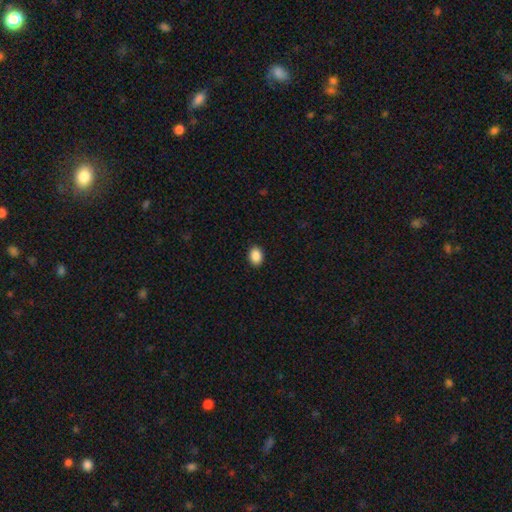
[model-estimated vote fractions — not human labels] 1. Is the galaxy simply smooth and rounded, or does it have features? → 89% smooth, 8% star or artifact, 3% featured or disk.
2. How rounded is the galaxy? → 72% in between, 27% round, 1% cigar-shaped.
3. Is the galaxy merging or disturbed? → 91% none, 7% minor disturbance, 2% major disturbance, 1% merger.